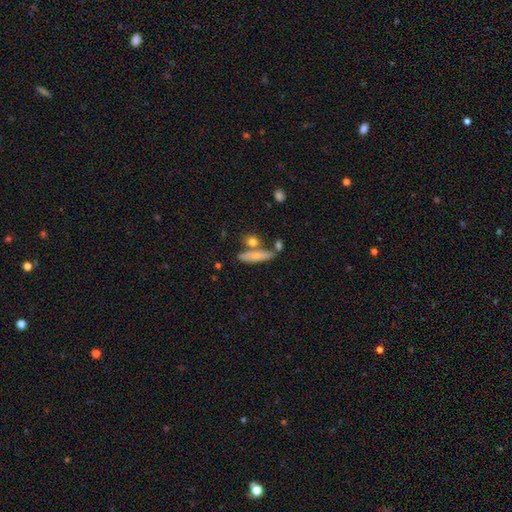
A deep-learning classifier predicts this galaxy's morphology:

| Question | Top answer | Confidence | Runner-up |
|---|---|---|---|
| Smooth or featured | smooth | 68% | featured or disk (25%) |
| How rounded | cigar-shaped | 69% | in between (27%) |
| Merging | none | 64% | merger (18%) |